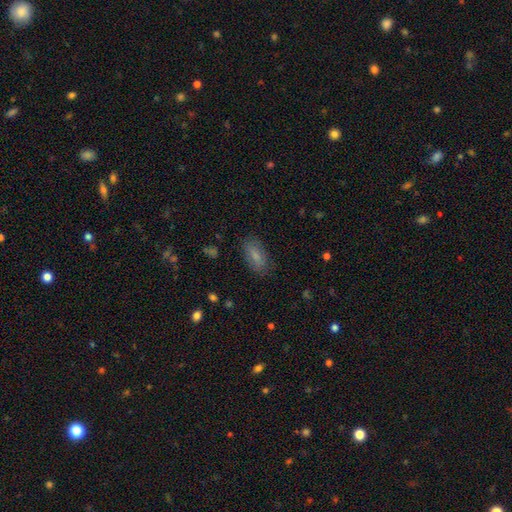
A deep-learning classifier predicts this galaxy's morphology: Smooth or featured?
  - smooth: 76% *
  - featured or disk: 16%
  - star or artifact: 8%
How rounded?
  - in between: 88% *
  - cigar-shaped: 8%
  - round: 4%
Merging?
  - none: 84% *
  - minor disturbance: 12%
  - major disturbance: 3%
  - merger: 1%